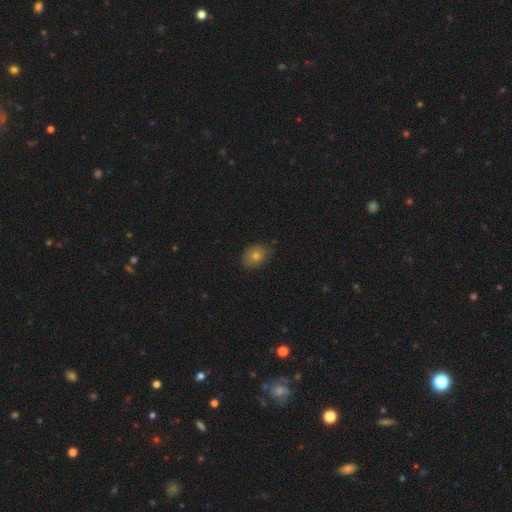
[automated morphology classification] This is likely a smooth galaxy (74%). How rounded: likely in between (61%). Merging: likely none (78%).